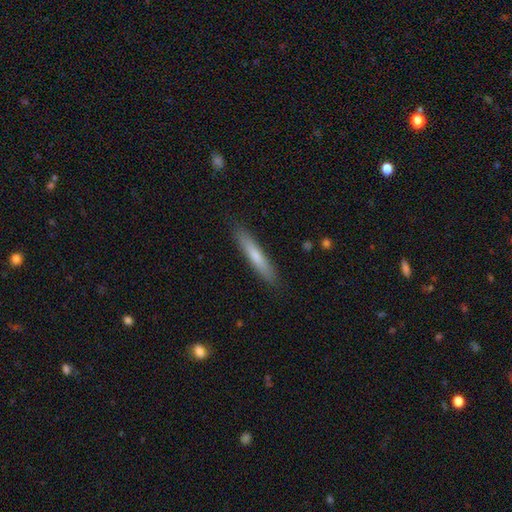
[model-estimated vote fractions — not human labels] smooth-or-featured: smooth: 70% | featured or disk: 24% | star or artifact: 6%
  how-rounded: cigar-shaped: 92% | in between: 6% | round: 1%
  merging: none: 89% | minor disturbance: 8% | major disturbance: 2% | merger: 1%